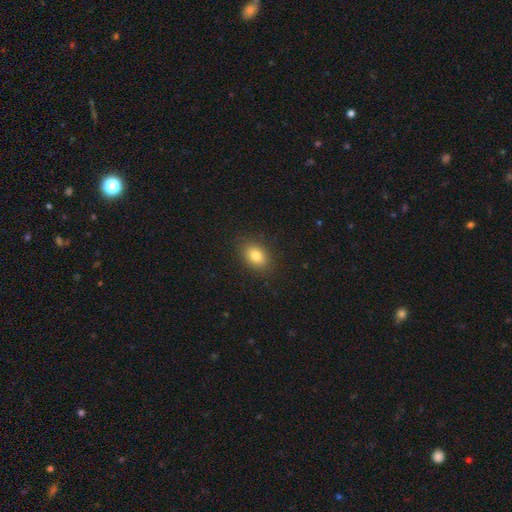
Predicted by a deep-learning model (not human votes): smooth 82%, star or artifact 10%, featured or disk 8%. Down the decision tree: how rounded — in between (75%); merging — none (87%).